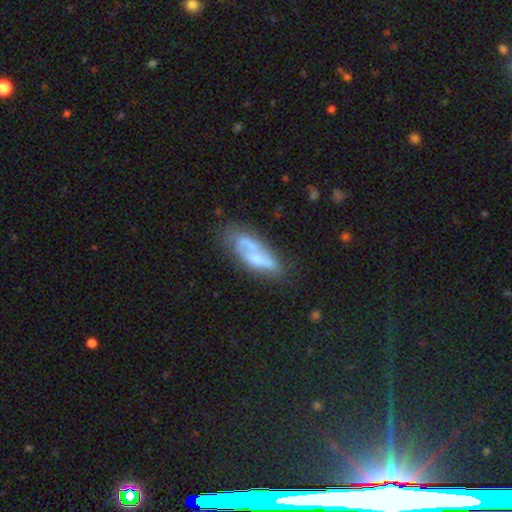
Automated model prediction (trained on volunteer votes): Morphology: type=featured or disk (56%); edge-on=no (83%); merging=none (45%).